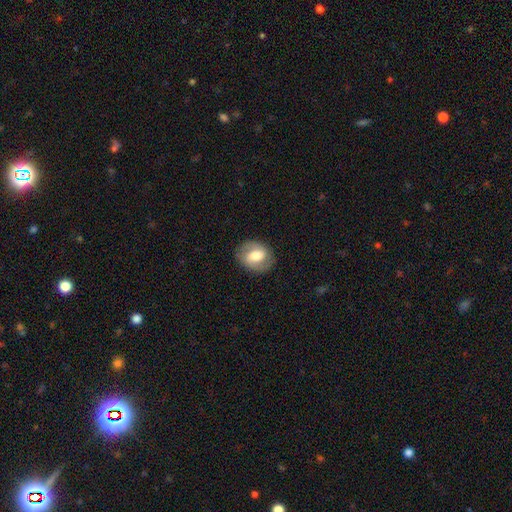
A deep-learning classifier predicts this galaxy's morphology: A smooth galaxy with no disk features (47%).

Vote fractions:
- Smooth or featured? smooth: 47% / featured or disk: 46% / star or artifact: 7%
- Merging? none: 83% / minor disturbance: 12% / major disturbance: 4% / merger: 1%